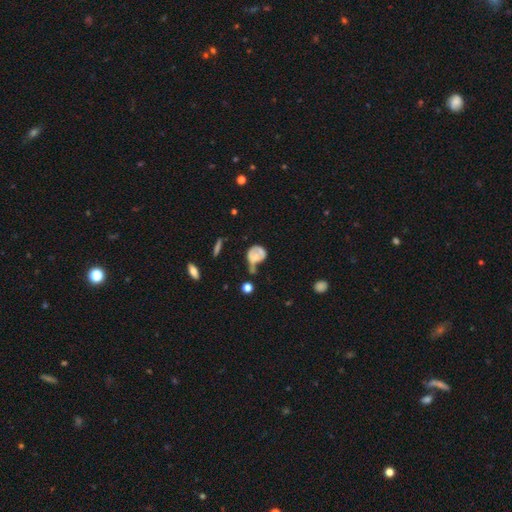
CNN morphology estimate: smooth_or_featured: smooth (p=0.52) [alt: featured or disk p=0.39]
how_rounded: round (p=0.59) [alt: in between p=0.39]
merging: major disturbance (p=0.28) [alt: minor disturbance p=0.26]